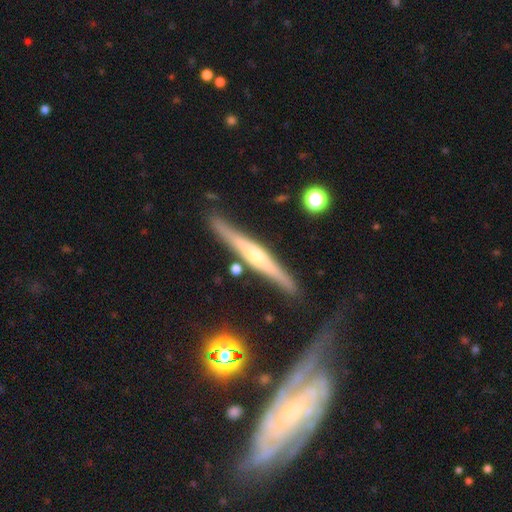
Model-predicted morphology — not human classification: Q: Smooth or featured?
A: featured or disk (73%); runner-up: smooth (20%)
Q: Edge-on disk?
A: yes (96%); runner-up: no (4%)
Q: Edge-on bulge?
A: rounded (77%); runner-up: none (15%)
Q: Merging?
A: none (82%); runner-up: minor disturbance (12%)